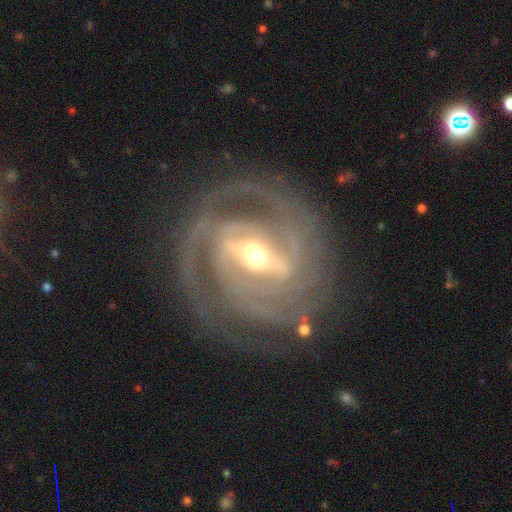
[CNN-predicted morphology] featured or disk 92%, star or artifact 5%, smooth 4%. Down the decision tree: edge-on disk — no (96%); bar — strong (66%); spiral arms — yes (97%); spiral arm count — 2 (34%); spiral winding — tight (65%); bulge size — moderate (54%); merging — none (78%).